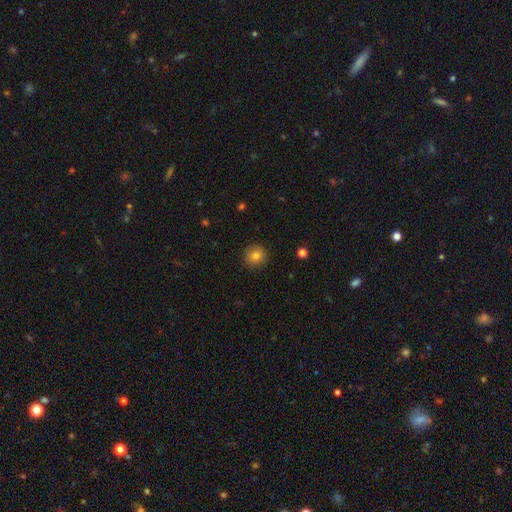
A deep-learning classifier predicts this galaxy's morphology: Smooth or featured? Predicted: smooth (p=0.81). How rounded? Predicted: round (p=0.92). Merging? Predicted: none (p=0.90).